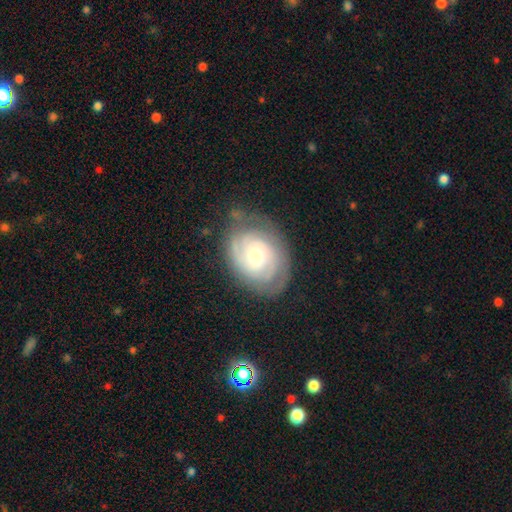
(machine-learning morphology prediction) This is clearly a featured or disk galaxy (83%). It is clearly not viewed edge-on (97%). Bar: likely no (62%). Spiral arm pattern: clearly yes (96%). Spiral arm count: marginally 2 (41%). Spiral winding: likely tight (68%). Central bulge: possibly moderate (50%). Merging: likely none (74%).